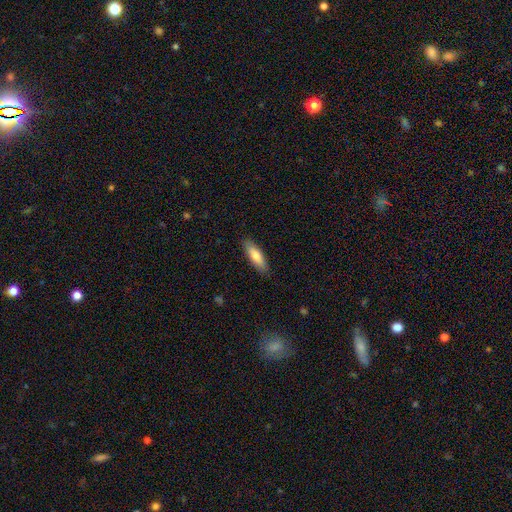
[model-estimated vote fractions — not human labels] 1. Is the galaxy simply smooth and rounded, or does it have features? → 76% smooth, 18% featured or disk, 6% star or artifact.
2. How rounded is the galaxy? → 50% cigar-shaped, 48% in between, 2% round.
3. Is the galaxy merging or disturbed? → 88% none, 9% minor disturbance, 2% major disturbance, 1% merger.